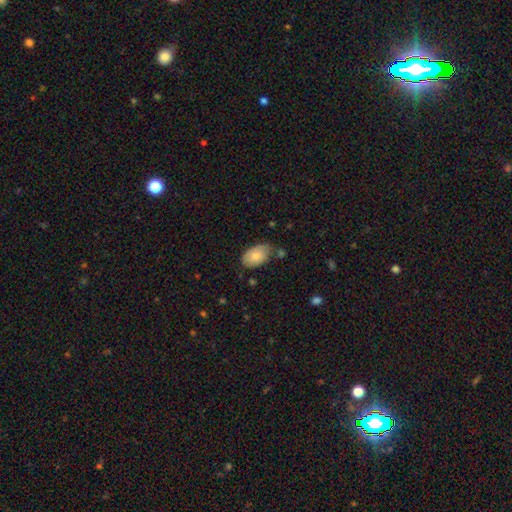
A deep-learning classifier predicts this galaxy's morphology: smooth 78%, featured or disk 15%, star or artifact 6%. Down the decision tree: how rounded — in between (92%); merging — none (61%).